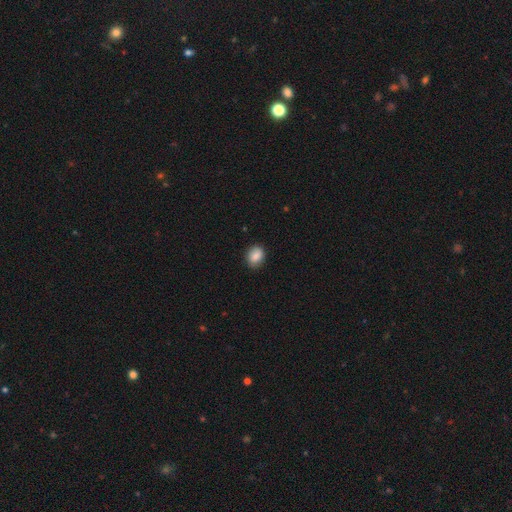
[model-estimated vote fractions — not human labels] This appears to be a smooth galaxy with no disk features (87%) that is in between round and cigar-shaped (55%). Merging: none (85%).